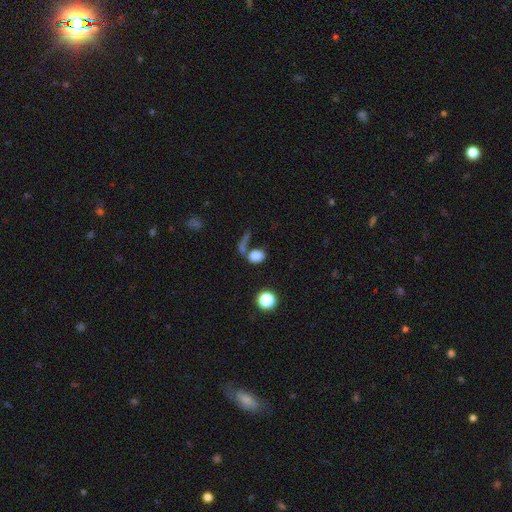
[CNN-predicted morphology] Smooth or featured? smooth (79%)
How rounded? in between (67%)
Merging? none (42%)